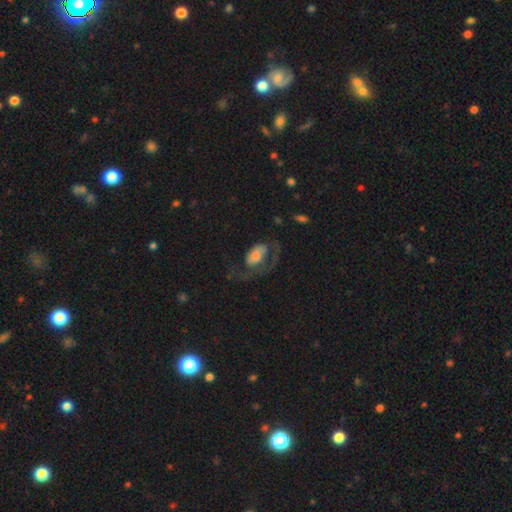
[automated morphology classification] Overall: featured or disk (47%; smooth 45%). Merging: major disturbance (50%; none 30%).